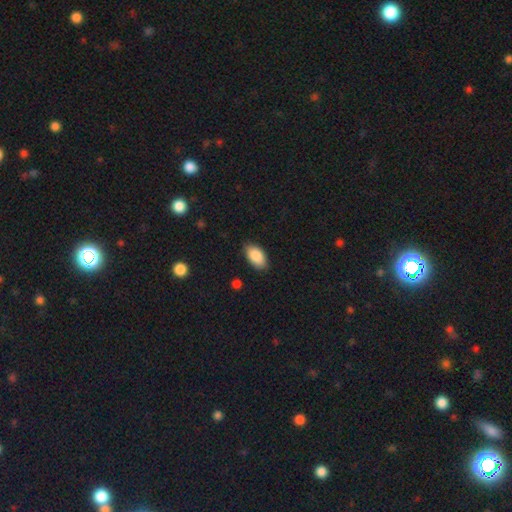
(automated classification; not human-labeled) Q: Smooth or featured?
A: smooth (88%); runner-up: star or artifact (7%)
Q: How rounded?
A: in between (94%); runner-up: round (4%)
Q: Merging?
A: none (84%); runner-up: minor disturbance (12%)